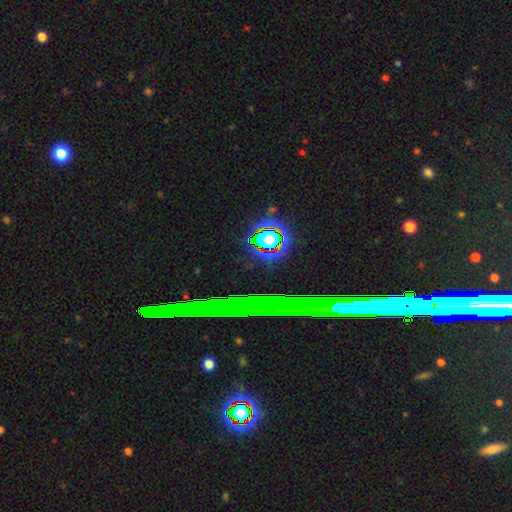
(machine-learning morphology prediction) Smooth or featured? Predicted: star or artifact (p=0.73).